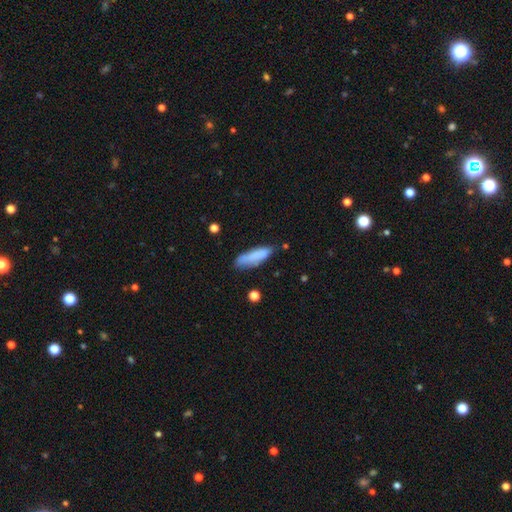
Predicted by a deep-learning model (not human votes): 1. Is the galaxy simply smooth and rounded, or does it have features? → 82% smooth, 11% featured or disk, 7% star or artifact.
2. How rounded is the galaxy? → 60% cigar-shaped, 39% in between, 2% round.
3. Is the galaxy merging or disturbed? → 69% none, 22% minor disturbance, 6% major disturbance, 3% merger.